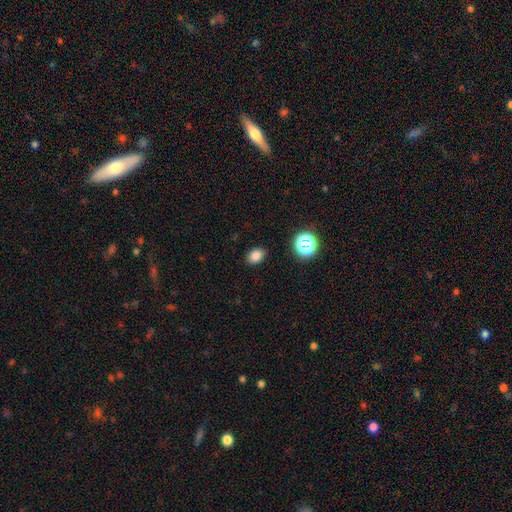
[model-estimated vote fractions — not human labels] smooth 81%, star or artifact 14%, featured or disk 5%. Down the decision tree: how rounded — in between (68%); merging — none (88%).